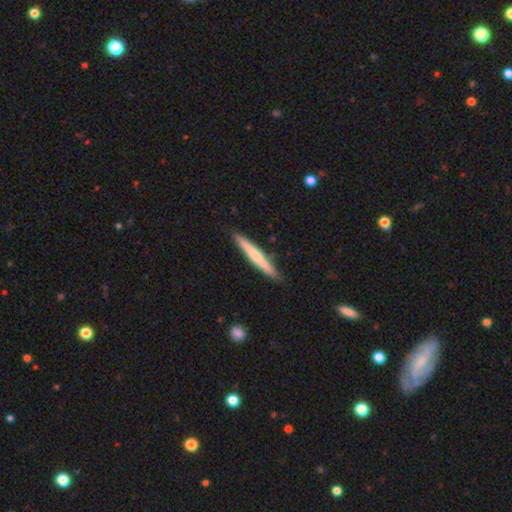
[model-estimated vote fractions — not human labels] Smooth or featured? smooth (54%)
How rounded? cigar-shaped (96%)
Merging? none (89%)